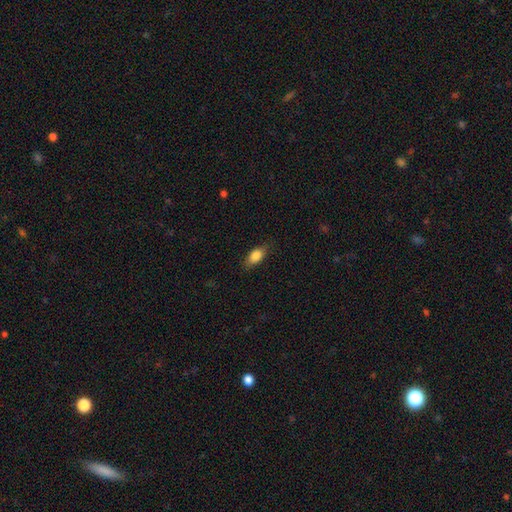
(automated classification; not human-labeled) smooth-or-featured: smooth: 82% | featured or disk: 10% | star or artifact: 7%
  how-rounded: in between: 85% | cigar-shaped: 9% | round: 6%
  merging: none: 81% | minor disturbance: 15% | major disturbance: 3% | merger: 1%